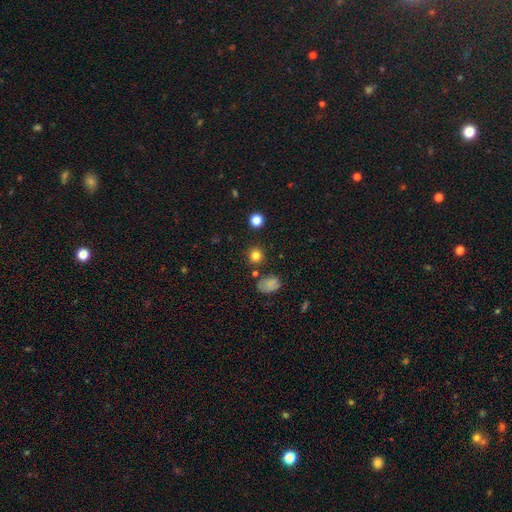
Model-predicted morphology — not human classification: Q: Smooth or featured?
A: smooth (79%); runner-up: star or artifact (15%)
Q: How rounded?
A: round (89%); runner-up: in between (10%)
Q: Merging?
A: none (84%); runner-up: minor disturbance (8%)